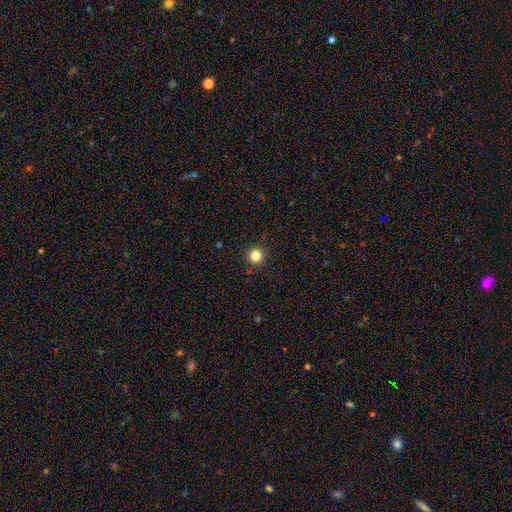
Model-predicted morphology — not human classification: type=smooth (83%); roundness=round (95%); merging=none (91%).